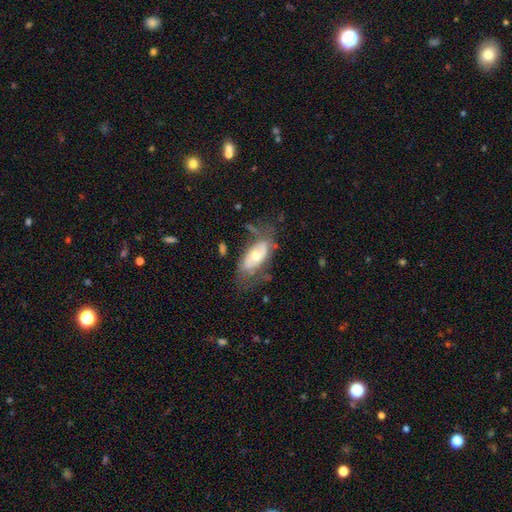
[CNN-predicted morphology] This appears to be a featured or disk galaxy (52%). Merging: none (50%).